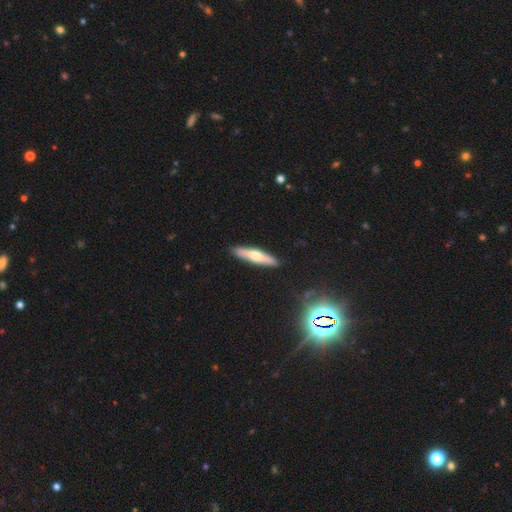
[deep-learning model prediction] smooth-or-featured: smooth: 53% | featured or disk: 41% | star or artifact: 6%
  how-rounded: cigar-shaped: 83% | in between: 15% | round: 2%
  merging: none: 89% | minor disturbance: 8% | major disturbance: 2% | merger: 1%